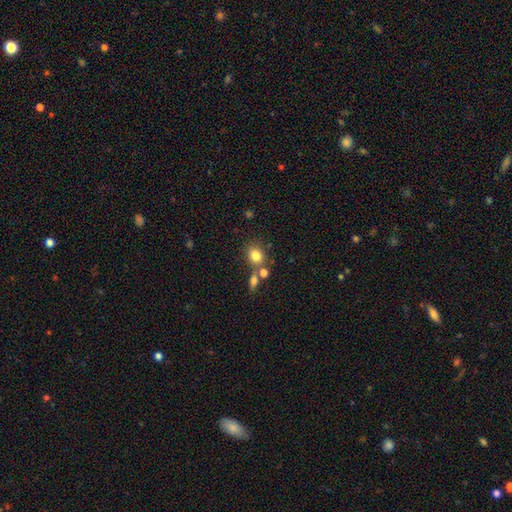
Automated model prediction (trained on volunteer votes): smooth_or_featured: smooth (p=0.79) [alt: star or artifact p=0.11]
how_rounded: round (p=0.62) [alt: in between p=0.36]
merging: none (p=0.59) [alt: merger p=0.24]